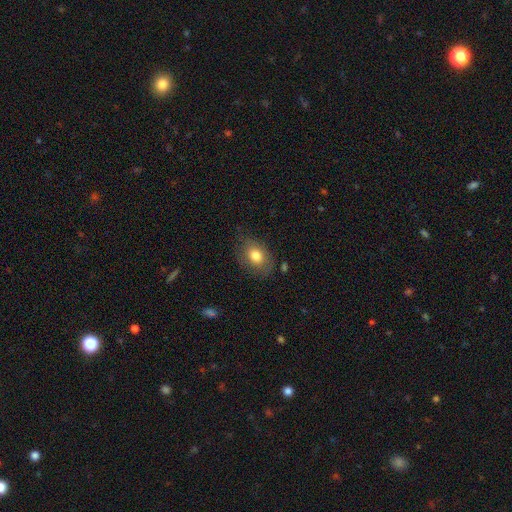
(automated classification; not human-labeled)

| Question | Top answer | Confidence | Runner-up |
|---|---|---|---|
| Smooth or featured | smooth | 78% | featured or disk (14%) |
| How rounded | in between | 75% | round (24%) |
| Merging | none | 75% | minor disturbance (18%) |